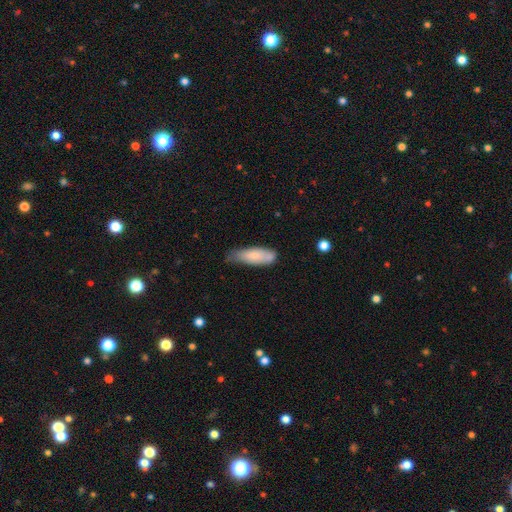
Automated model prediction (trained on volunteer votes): Smooth or featured? Predicted: smooth (p=0.76). How rounded? Predicted: in between (p=0.56). Merging? Predicted: none (p=0.43).